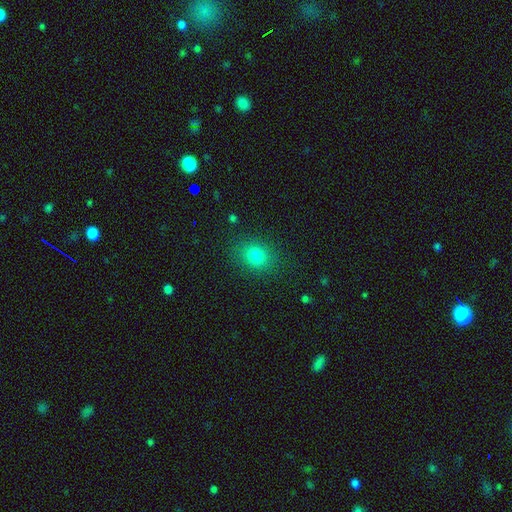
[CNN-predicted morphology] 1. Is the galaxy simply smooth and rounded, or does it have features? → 80% smooth, 13% star or artifact, 7% featured or disk.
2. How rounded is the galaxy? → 53% round, 45% in between, 1% cigar-shaped.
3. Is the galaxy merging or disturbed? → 85% none, 10% minor disturbance, 4% major disturbance, 1% merger.